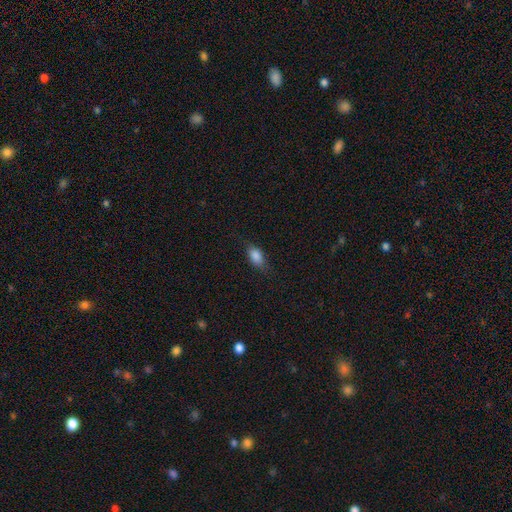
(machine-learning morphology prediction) The model was most divided on "merging": none: 73%, minor disturbance: 20%, major disturbance: 6%, merger: 1%. More confident: how rounded — in between (86%); smooth or featured — smooth (84%).